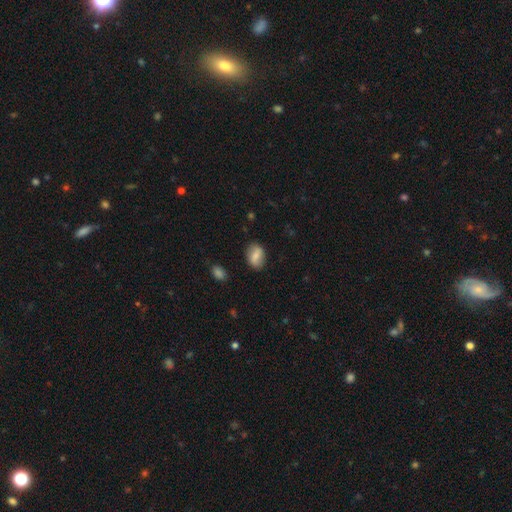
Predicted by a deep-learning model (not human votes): Q: Smooth or featured?
A: smooth (77%); runner-up: featured or disk (15%)
Q: How rounded?
A: in between (81%); runner-up: round (16%)
Q: Merging?
A: none (83%); runner-up: minor disturbance (12%)